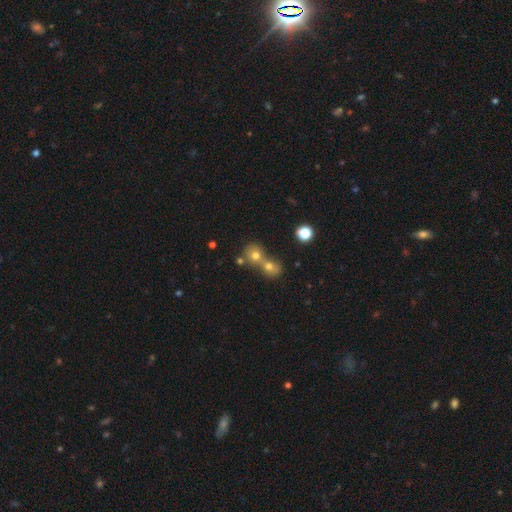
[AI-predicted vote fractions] This appears to be a smooth galaxy with no disk features (70%) that is round (79%). Merging: merger (62%).